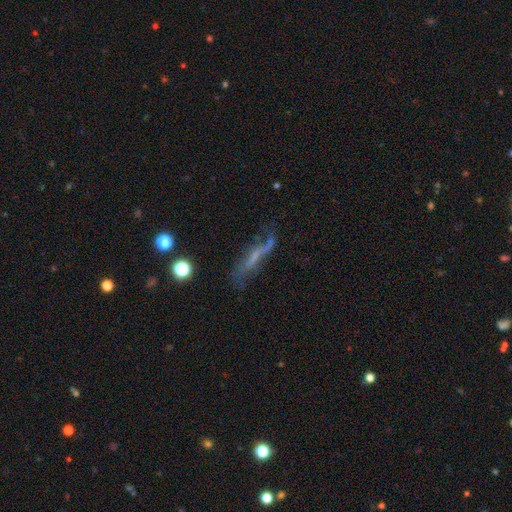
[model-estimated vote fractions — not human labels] smooth_or_featured: featured or disk (p=0.51) [alt: smooth p=0.34]
disk_edge_on: no (p=0.51) [alt: yes p=0.49]
merging: none (p=0.51) [alt: minor disturbance p=0.25]